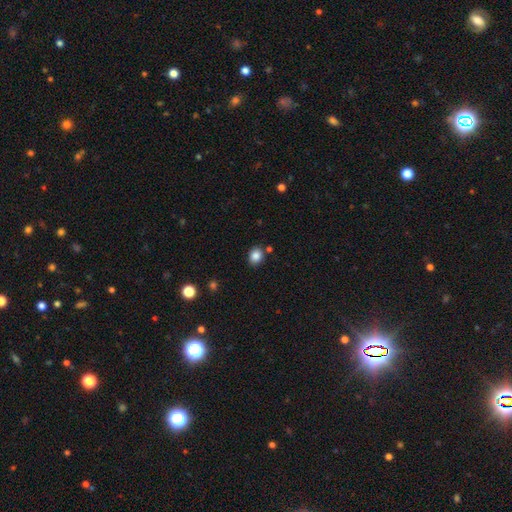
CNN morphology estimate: Overall: smooth (85%). How rounded: round (60%; in between 39%). Merging: none (82%).